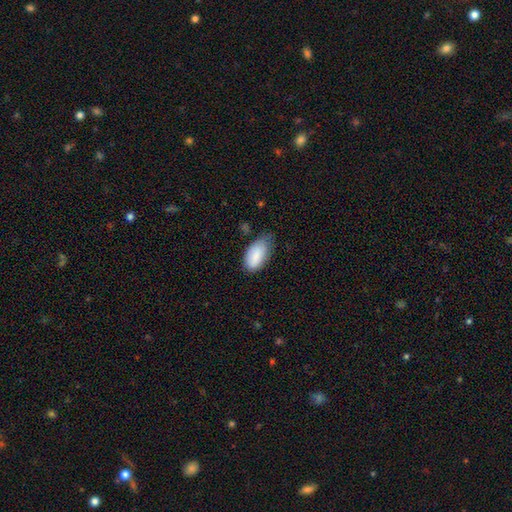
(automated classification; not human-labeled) This is clearly a smooth galaxy (87%). How rounded: clearly in between (94%). Merging: possibly none (49%).